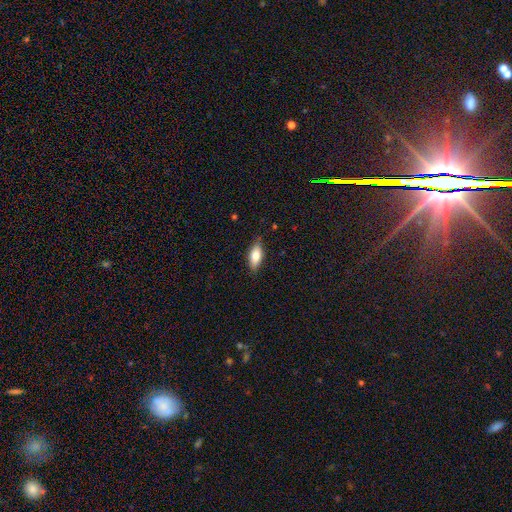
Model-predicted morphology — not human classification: Overall: smooth (73%). How rounded: in between (80%). Merging: none (82%).